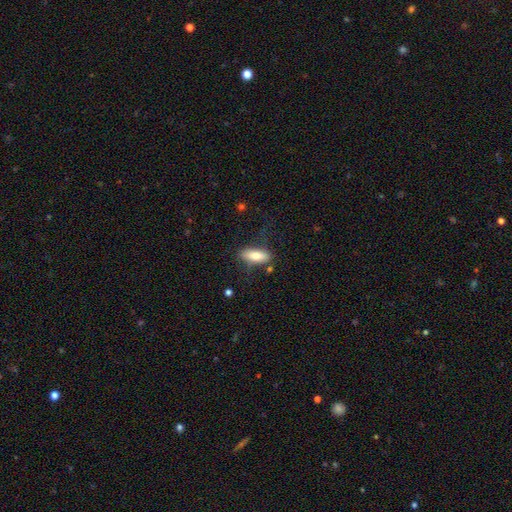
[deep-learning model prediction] Smooth or featured?
  - smooth: 76% *
  - featured or disk: 17%
  - star or artifact: 6%
How rounded?
  - in between: 74% *
  - cigar-shaped: 23%
  - round: 2%
Merging?
  - none: 72% *
  - minor disturbance: 19%
  - major disturbance: 6%
  - merger: 3%